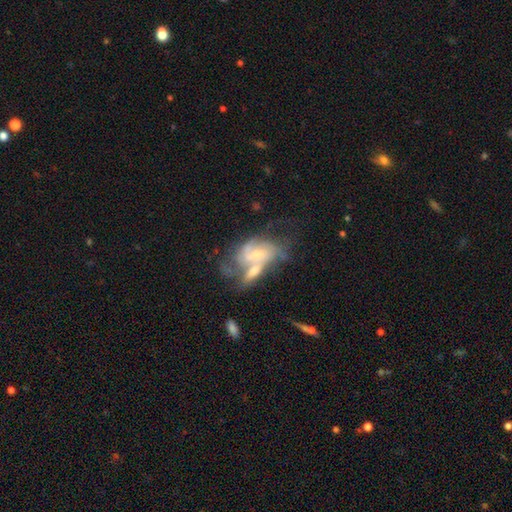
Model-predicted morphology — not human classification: smooth-or-featured: featured or disk: 67% | smooth: 25% | star or artifact: 8%
  disk-edge-on: no: 94% | yes: 6%
    bar: no: 52% | weak: 36% | strong: 11%
    has-spiral-arms: yes: 70% | no: 30%
    bulge-size: small: 46% | moderate: 40% | none: 8% | large: 4% | dominant: 1%
  merging: merger: 54% | none: 18% | major disturbance: 17% | minor disturbance: 11%